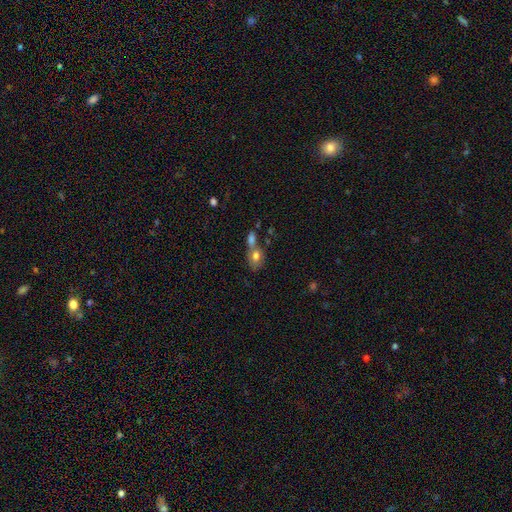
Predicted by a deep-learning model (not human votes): Smooth or featured? smooth (73%)
How rounded? in between (71%)
Merging? merger (56%)